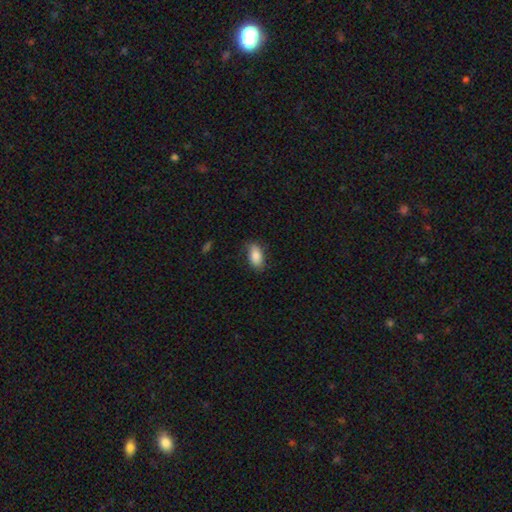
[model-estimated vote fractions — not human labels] Smooth or featured?
  - smooth: 84% *
  - featured or disk: 9%
  - star or artifact: 7%
How rounded?
  - in between: 91% *
  - cigar-shaped: 5%
  - round: 4%
Merging?
  - none: 78% *
  - minor disturbance: 17%
  - major disturbance: 4%
  - merger: 1%